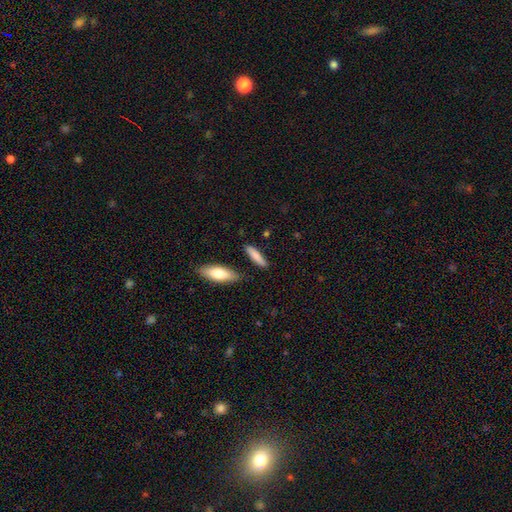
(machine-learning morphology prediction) This is likely a smooth galaxy (79%). How rounded: likely cigar-shaped (73%). Merging: clearly none (82%).